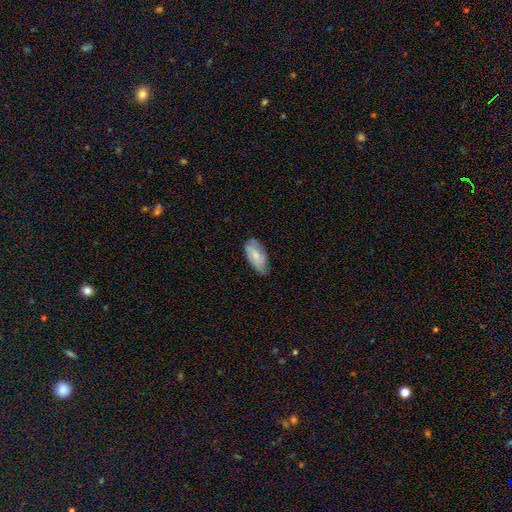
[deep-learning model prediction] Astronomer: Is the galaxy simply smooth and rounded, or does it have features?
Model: smooth — 62%.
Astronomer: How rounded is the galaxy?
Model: in between — 91%.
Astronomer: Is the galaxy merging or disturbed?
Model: none — 59%.